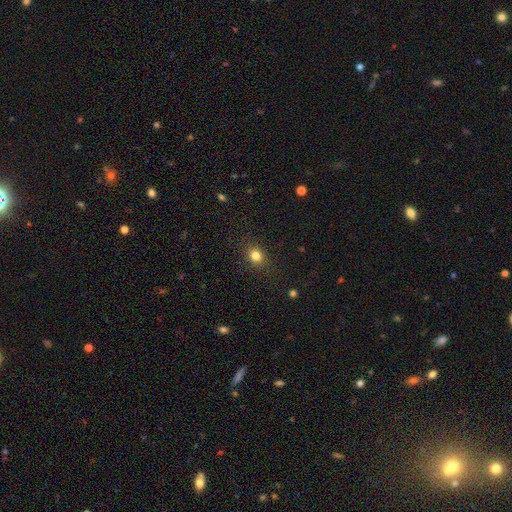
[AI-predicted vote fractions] Smooth or featured: smooth — 82% (star or artifact — 12%)
How rounded: round — 61% (in between — 38%)
Merging: none — 87% (minor disturbance — 9%)